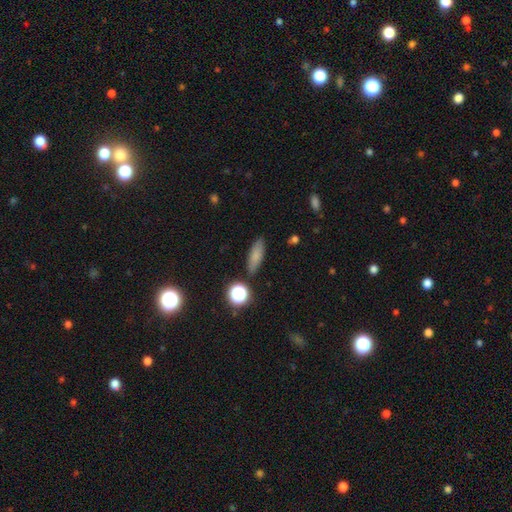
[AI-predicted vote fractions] smooth_or_featured: smooth (p=0.78) [alt: star or artifact p=0.11]
how_rounded: in between (p=0.53) [alt: cigar-shaped p=0.40]
merging: none (p=0.86) [alt: minor disturbance p=0.09]